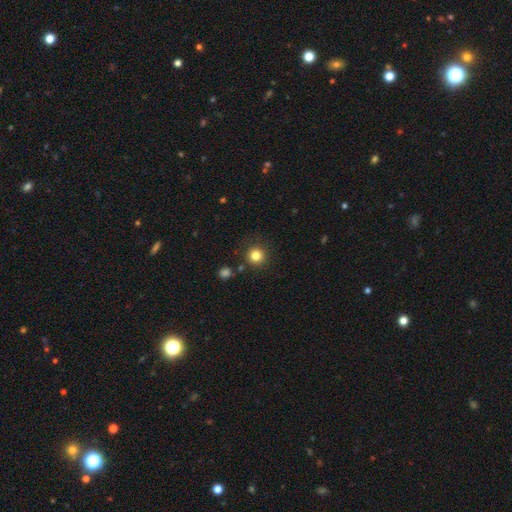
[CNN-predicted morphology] A smooth galaxy with no disk features (82%) that is round (94%). Merging: none (87%).